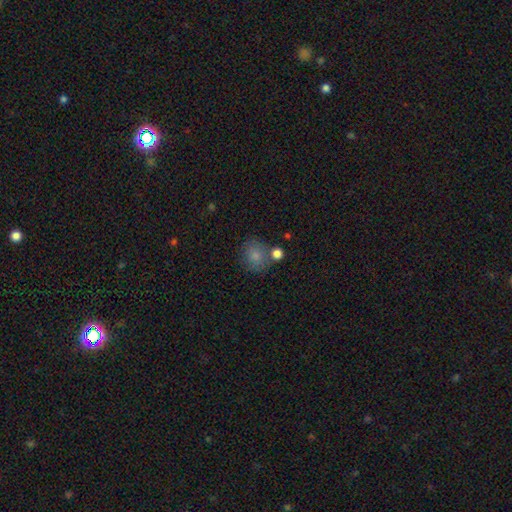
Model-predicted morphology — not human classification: Smooth or featured? smooth (82%)
How rounded? round (76%)
Merging? none (63%)